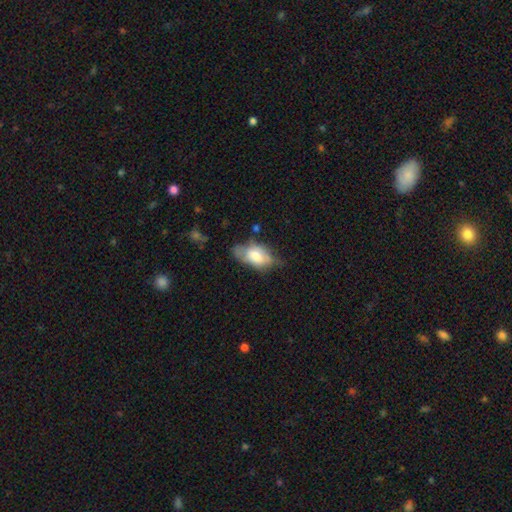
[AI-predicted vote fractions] Overall: smooth (63%; featured or disk 30%). How rounded: in between (90%). Merging: none (42%; minor disturbance 37%).